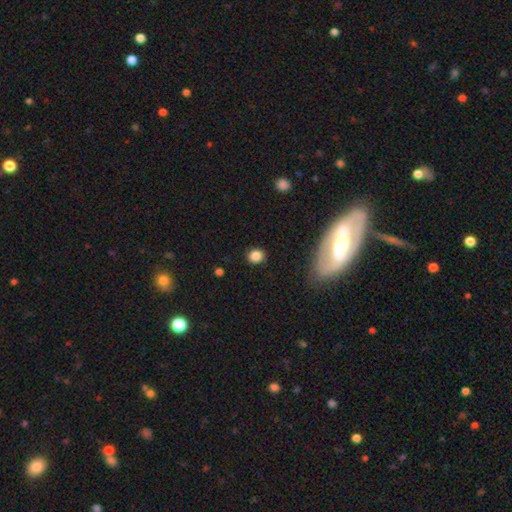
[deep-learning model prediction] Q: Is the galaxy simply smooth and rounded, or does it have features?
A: smooth — 85%.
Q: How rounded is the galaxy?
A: round — 75%.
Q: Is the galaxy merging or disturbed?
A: none — 89%.